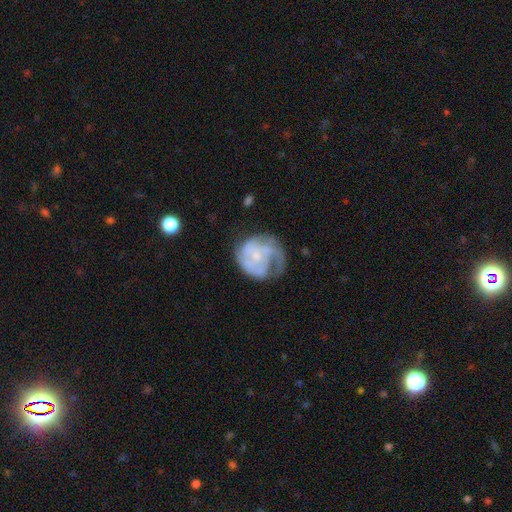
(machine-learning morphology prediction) smooth_or_featured: featured or disk (p=0.73) [alt: smooth p=0.21]
disk_edge_on: no (p=0.98) [alt: yes p=0.02]
bar: no (p=0.74) [alt: weak p=0.23]
has_spiral_arms: yes (p=0.84) [alt: no p=0.16]
spiral_winding: tight (p=0.46) [alt: medium p=0.37]
spiral_arm_count: can't tell (p=0.30) [alt: 2 p=0.25]
bulge_size: small (p=0.57) [alt: moderate p=0.25]
merging: none (p=0.46) [alt: major disturbance p=0.26]